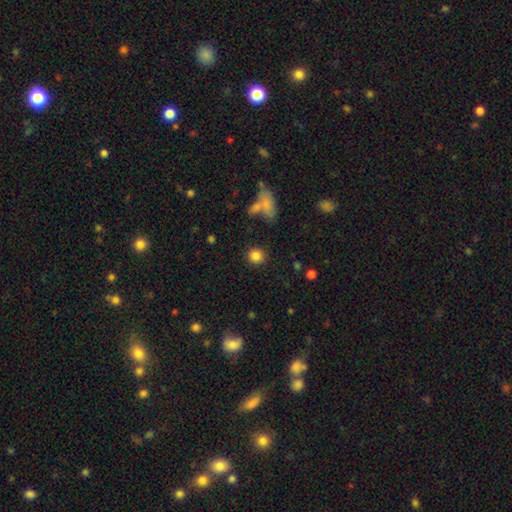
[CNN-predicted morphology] The model was most divided on "smooth or featured": smooth: 84%, star or artifact: 10%, featured or disk: 6%. More confident: how rounded — round (89%); merging — none (87%).